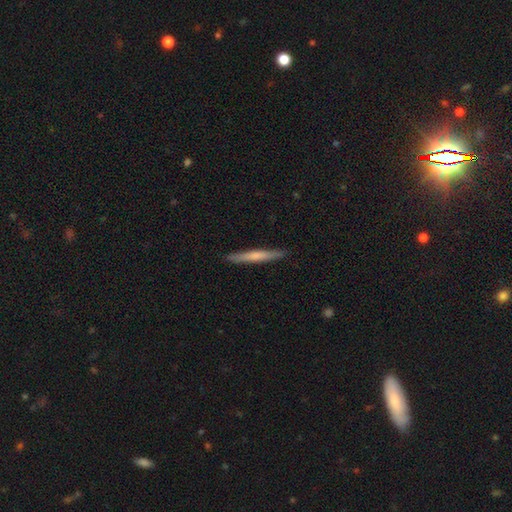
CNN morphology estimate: type=smooth (57%); roundness=cigar-shaped (96%); merging=none (91%).